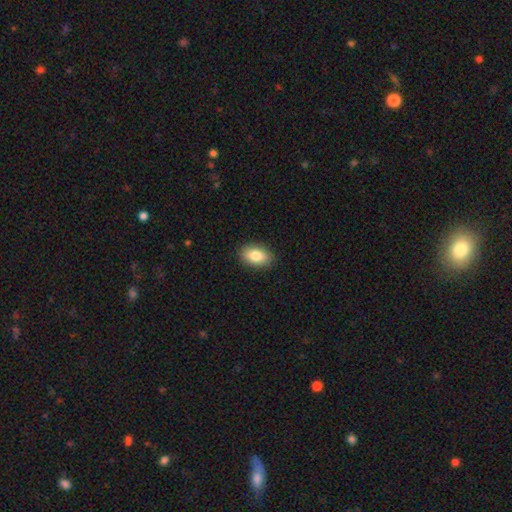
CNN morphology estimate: Smooth or featured? smooth (84%)
How rounded? in between (88%)
Merging? none (89%)